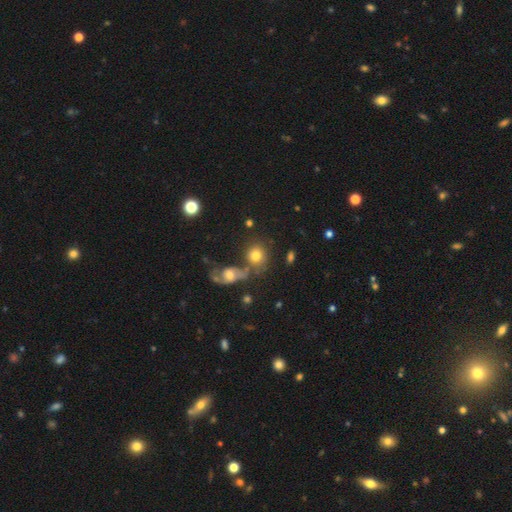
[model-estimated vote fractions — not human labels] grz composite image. It shows a smooth galaxy with no disk features (73%) that is round (73%). Merging: none (52%).